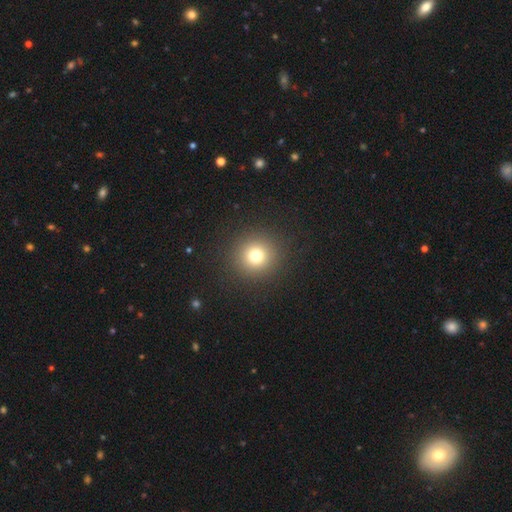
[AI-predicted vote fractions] smooth 76%, star or artifact 16%, featured or disk 8%. Down the decision tree: how rounded — round (93%); merging — none (91%).